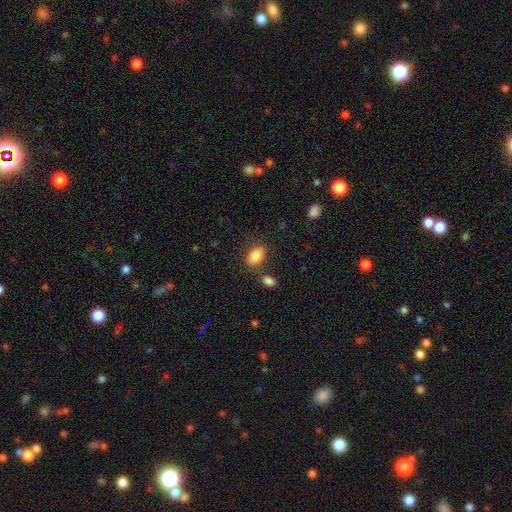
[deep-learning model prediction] Smooth or featured? smooth (86%)
How rounded? in between (87%)
Merging? none (74%)